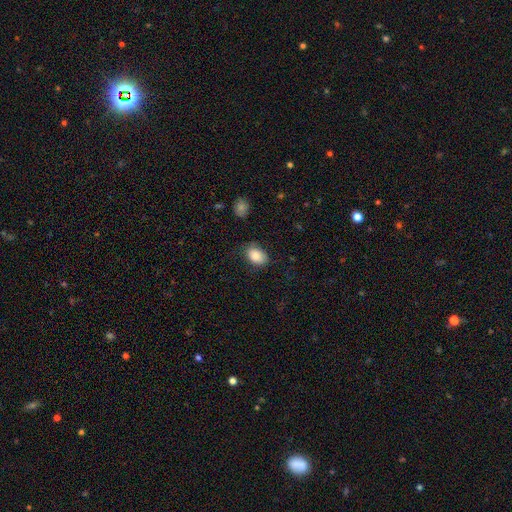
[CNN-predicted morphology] smooth-or-featured: smooth: 85% | star or artifact: 8% | featured or disk: 7%
  how-rounded: in between: 82% | round: 17% | cigar-shaped: 1%
  merging: none: 73% | minor disturbance: 20% | major disturbance: 5% | merger: 2%